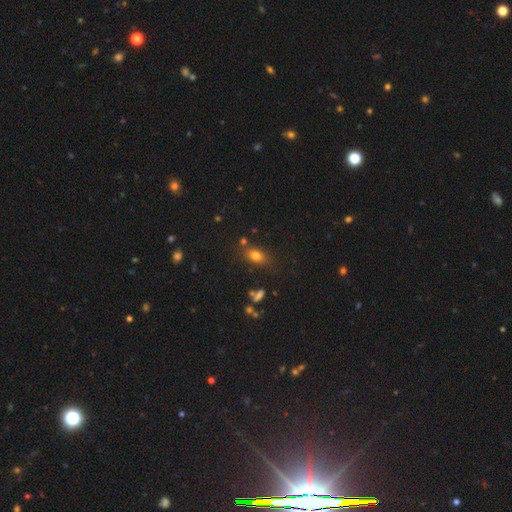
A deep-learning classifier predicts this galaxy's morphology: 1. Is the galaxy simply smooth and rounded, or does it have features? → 76% smooth, 14% star or artifact, 10% featured or disk.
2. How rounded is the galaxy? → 73% in between, 22% round, 5% cigar-shaped.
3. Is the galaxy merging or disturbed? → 76% none, 14% minor disturbance, 6% merger, 4% major disturbance.